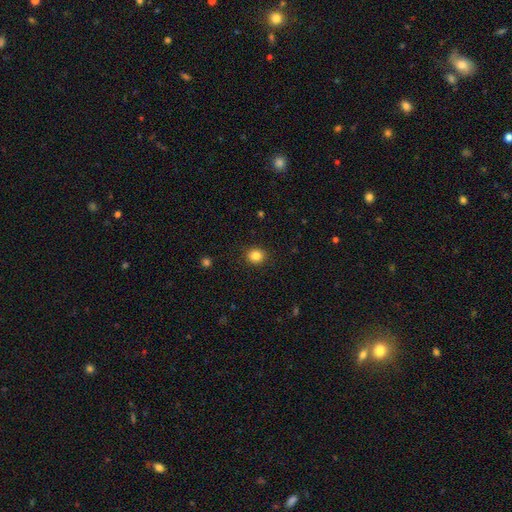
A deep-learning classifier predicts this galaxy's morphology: Smooth or featured?
  - smooth: 84% *
  - star or artifact: 11%
  - featured or disk: 5%
How rounded?
  - round: 81% *
  - in between: 18%
  - cigar-shaped: 1%
Merging?
  - none: 91% *
  - minor disturbance: 6%
  - major disturbance: 2%
  - merger: 1%